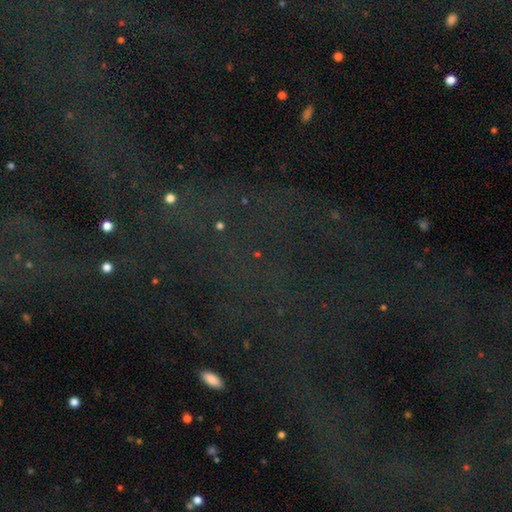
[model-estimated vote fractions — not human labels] Smooth or featured?
  - star or artifact: 76% *
  - smooth: 13%
  - featured or disk: 11%